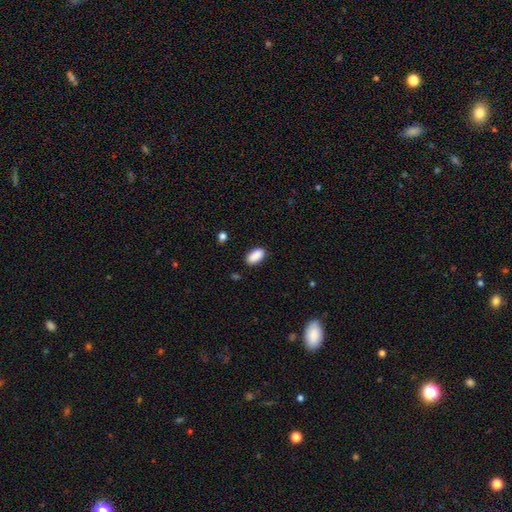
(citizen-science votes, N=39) Morphology: type=smooth (92%); roundness=in between (97%); merging=none (86%).